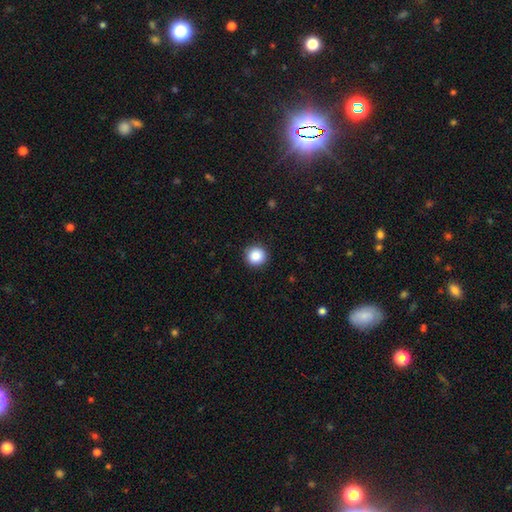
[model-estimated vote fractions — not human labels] This appears to be a smooth galaxy with no disk features (87%) that is round (95%). Merging: none (92%).